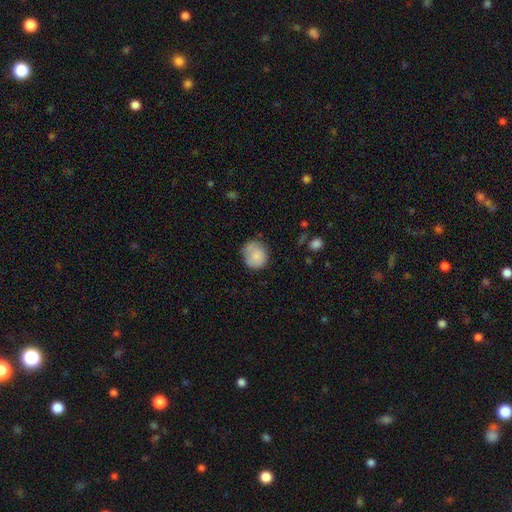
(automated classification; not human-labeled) This appears to be a smooth galaxy with no disk features (80%) that is round (77%). Merging: none (61%).